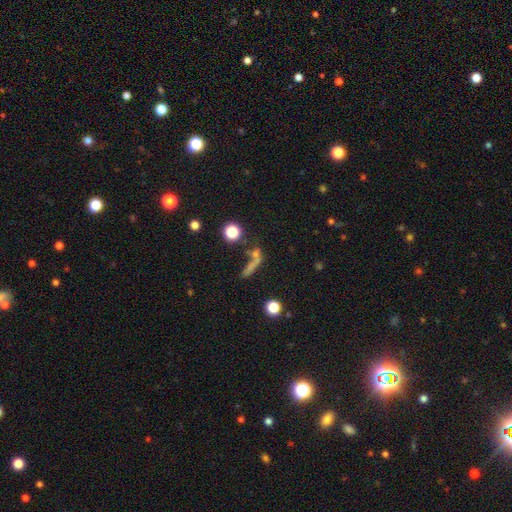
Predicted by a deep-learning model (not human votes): Smooth or featured? smooth (55%)
How rounded? cigar-shaped (46%)
Merging? none (50%)